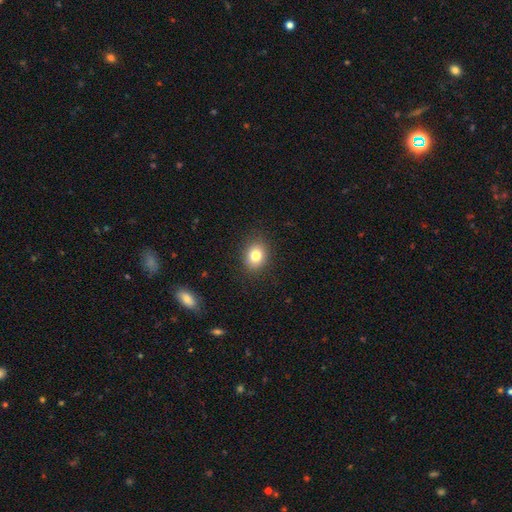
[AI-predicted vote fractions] A smooth galaxy with no disk features (80%) that is round (55%). Merging: none (87%).